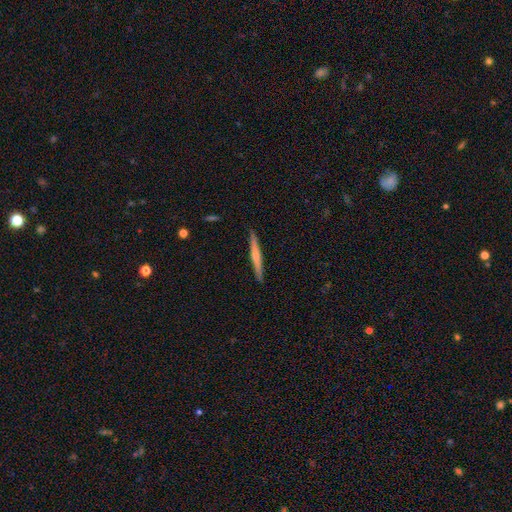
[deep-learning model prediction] smooth-or-featured: featured or disk: 49% | smooth: 45% | star or artifact: 5%
  merging: none: 91% | minor disturbance: 7% | major disturbance: 1% | merger: 1%